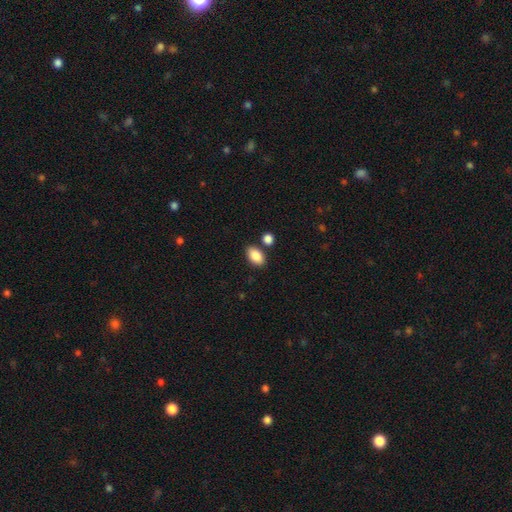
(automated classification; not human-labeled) The model was most divided on "merging": none: 77%, minor disturbance: 11%, merger: 9%, major disturbance: 3%. More confident: how rounded — in between (91%); smooth or featured — smooth (88%).